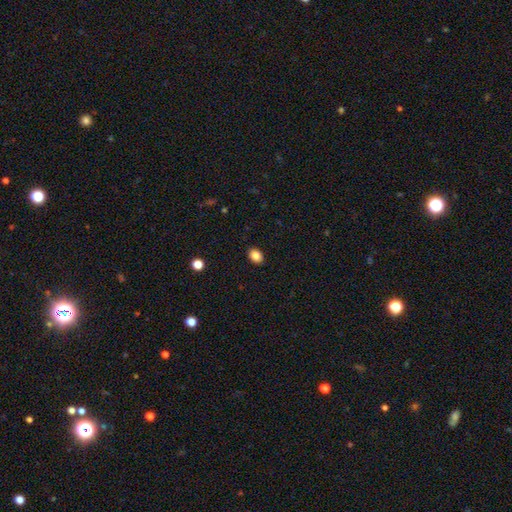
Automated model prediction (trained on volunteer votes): Overall: smooth (86%). How rounded: in between (63%; round 36%). Merging: none (90%).